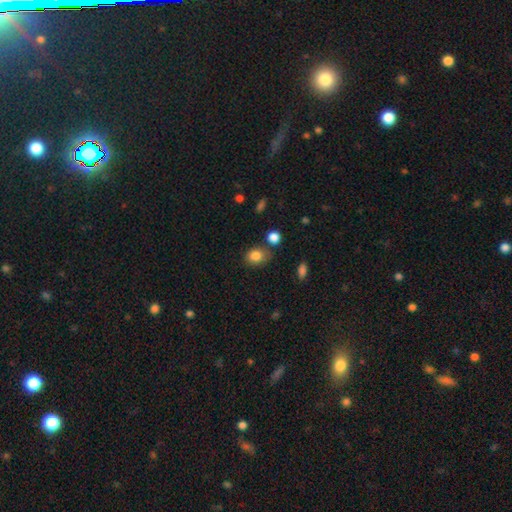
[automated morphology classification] type=smooth (84%); roundness=in between (55%); merging=none (69%).